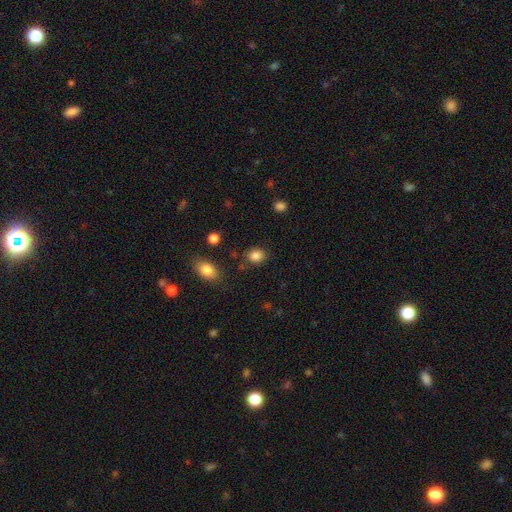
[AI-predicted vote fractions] A smooth galaxy with no disk features (85%) that is round (63%).

Vote fractions:
- Smooth or featured? smooth: 85% / star or artifact: 10% / featured or disk: 5%
- How rounded? round: 63% / in between: 36% / cigar-shaped: 1%
- Merging? none: 81% / minor disturbance: 12% / merger: 4% / major disturbance: 4%